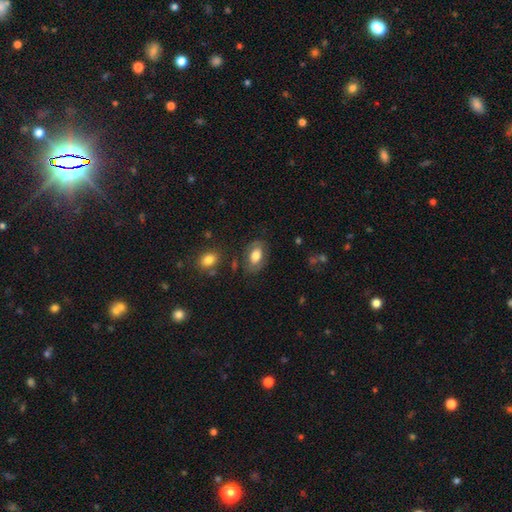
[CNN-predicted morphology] Smooth or featured?
  - smooth: 68% *
  - featured or disk: 25%
  - star or artifact: 7%
How rounded?
  - in between: 90% *
  - round: 8%
  - cigar-shaped: 2%
Merging?
  - none: 73% *
  - minor disturbance: 17%
  - major disturbance: 7%
  - merger: 3%